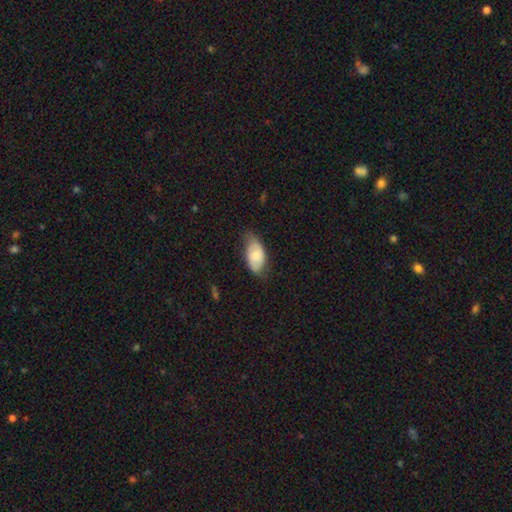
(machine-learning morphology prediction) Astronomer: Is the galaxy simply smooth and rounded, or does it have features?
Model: smooth — 65%.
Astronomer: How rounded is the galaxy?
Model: in between — 93%.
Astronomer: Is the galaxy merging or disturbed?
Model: none — 58%.